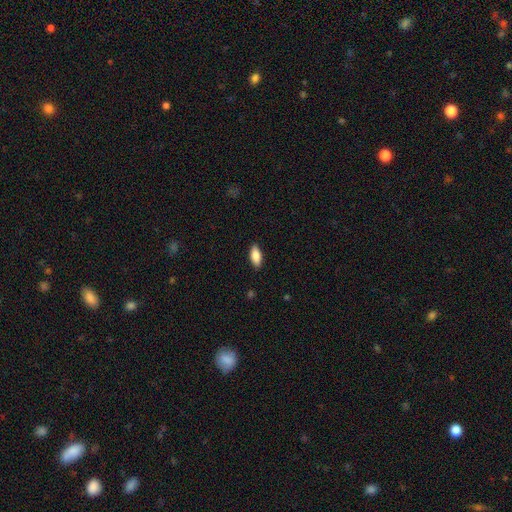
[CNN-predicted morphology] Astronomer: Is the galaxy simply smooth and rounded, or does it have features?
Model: smooth — 86%.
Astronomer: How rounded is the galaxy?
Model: in between — 85%.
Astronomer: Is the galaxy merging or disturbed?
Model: none — 89%.